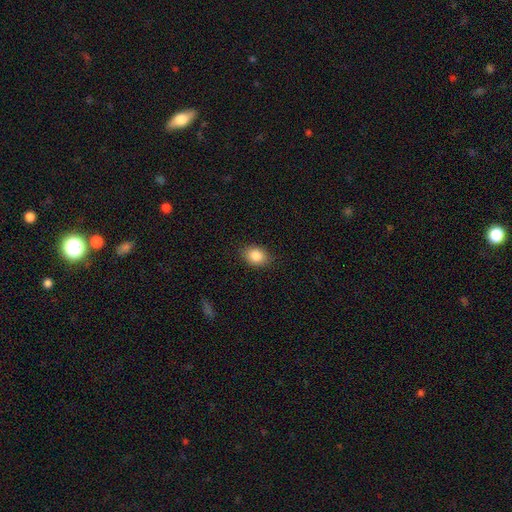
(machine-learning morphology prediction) type=smooth (86%); roundness=in between (66%); merging=none (85%).